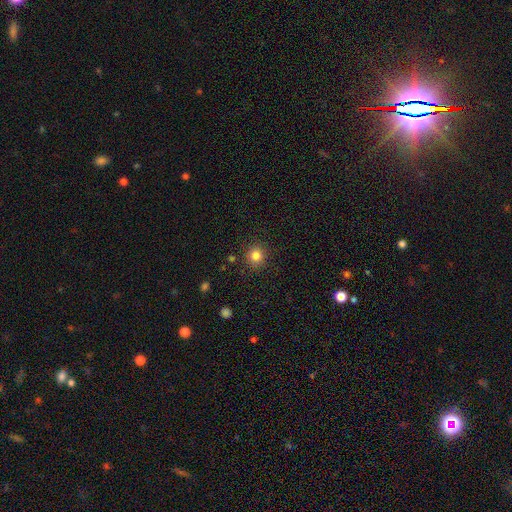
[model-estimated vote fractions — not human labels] This appears to be a smooth galaxy with no disk features (83%) that is round (92%). Merging: none (90%).